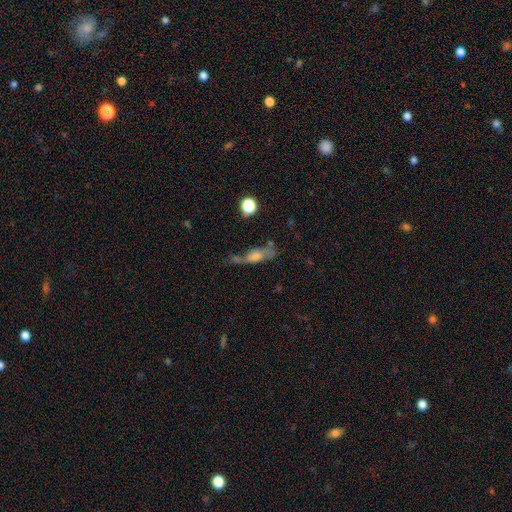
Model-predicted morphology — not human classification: smooth-or-featured: smooth: 50% | featured or disk: 35% | star or artifact: 15%
  how-rounded: in between: 51% | cigar-shaped: 40% | round: 9%
  merging: none: 36% | minor disturbance: 25% | major disturbance: 22% | merger: 17%